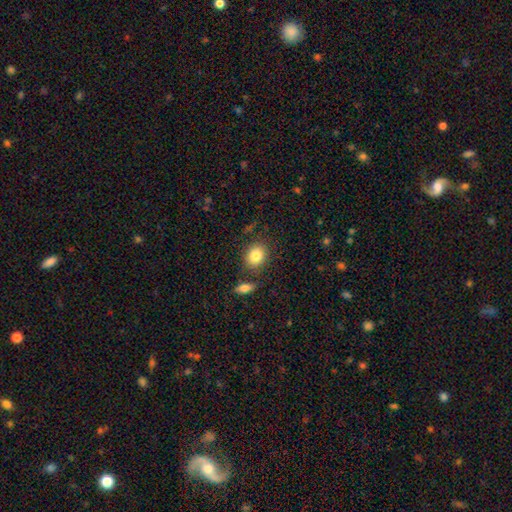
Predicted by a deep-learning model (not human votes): Smooth or featured? Predicted: smooth (p=0.83). How rounded? Predicted: round (p=0.52). Merging? Predicted: none (p=0.78).